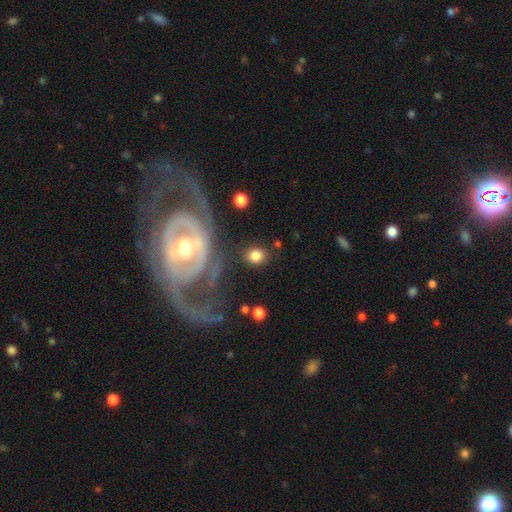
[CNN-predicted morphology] Smooth or featured? smooth (79%)
How rounded? round (67%)
Merging? none (83%)